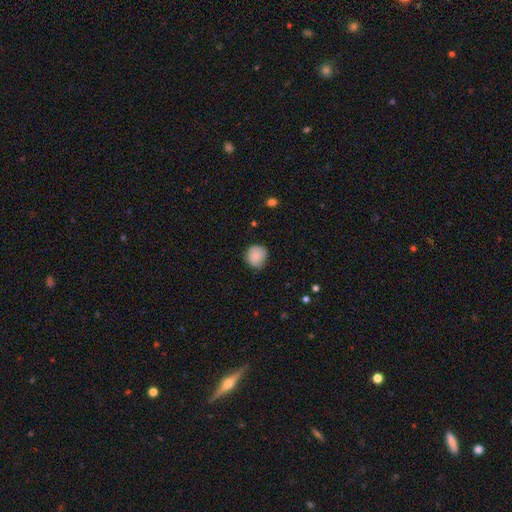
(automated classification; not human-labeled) smooth_or_featured: smooth (p=0.85) [alt: featured or disk p=0.08]
how_rounded: round (p=0.83) [alt: in between p=0.16]
merging: none (p=0.69) [alt: minor disturbance p=0.26]